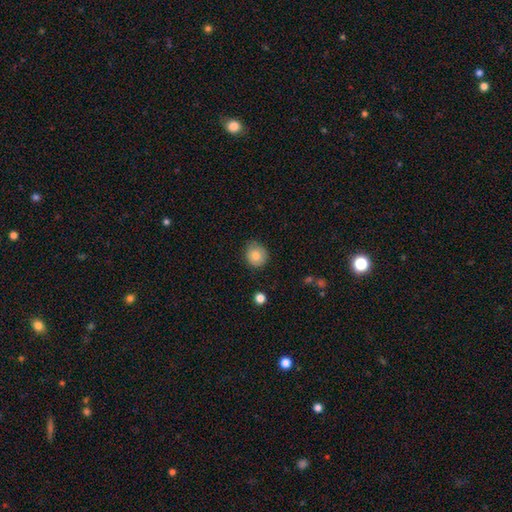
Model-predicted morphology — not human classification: smooth_or_featured: smooth (p=0.83) [alt: star or artifact p=0.09]
how_rounded: round (p=0.82) [alt: in between p=0.17]
merging: none (p=0.80) [alt: minor disturbance p=0.16]